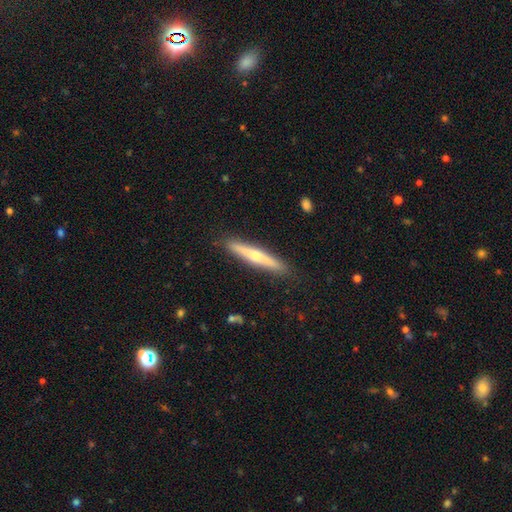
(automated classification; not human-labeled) featured or disk 51%, smooth 43%, star or artifact 6%. Down the decision tree: edge-on disk — yes (97%); merging — none (90%).